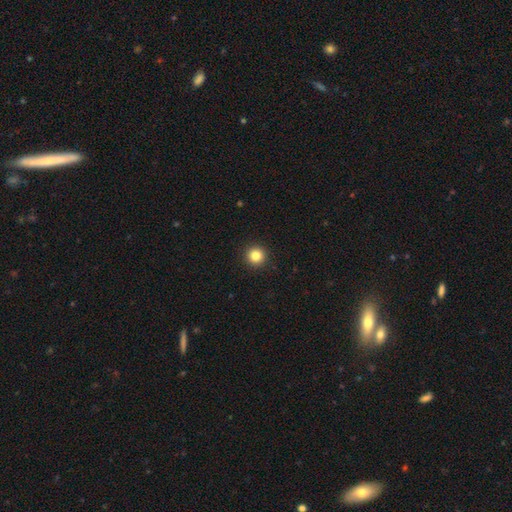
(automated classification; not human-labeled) Q: Smooth or featured?
A: smooth (83%); runner-up: star or artifact (12%)
Q: How rounded?
A: round (96%); runner-up: in between (3%)
Q: Merging?
A: none (94%); runner-up: minor disturbance (4%)